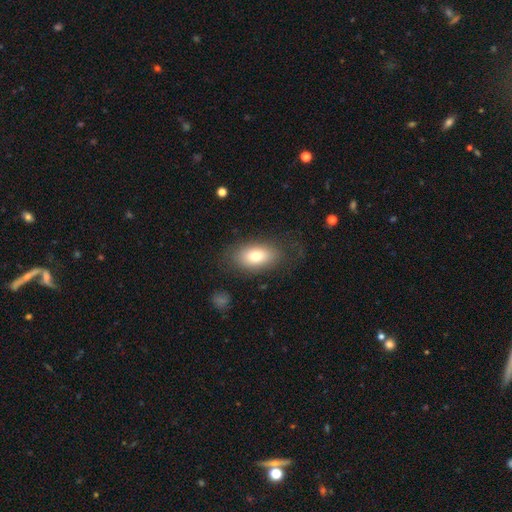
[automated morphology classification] This is likely a smooth galaxy (76%). How rounded: clearly in between (89%). Merging: likely none (74%).